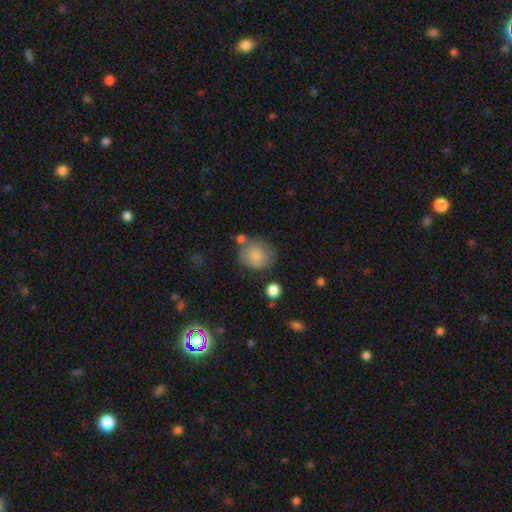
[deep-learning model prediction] Smooth or featured: smooth — 81% (featured or disk — 11%)
How rounded: round — 79% (in between — 20%)
Merging: none — 62% (minor disturbance — 21%)